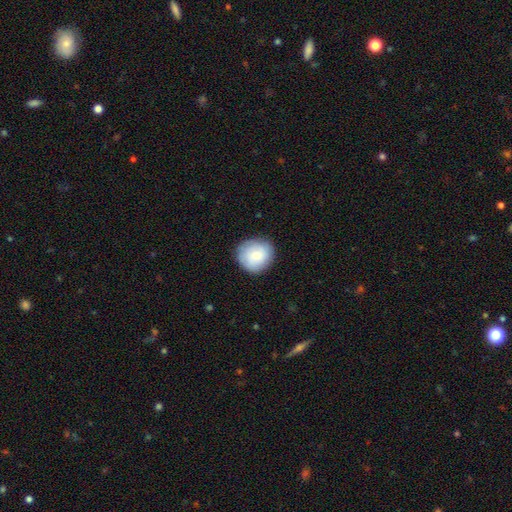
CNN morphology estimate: Smooth or featured: smooth — 80% (featured or disk — 13%)
How rounded: round — 86% (in between — 13%)
Merging: none — 84% (minor disturbance — 12%)